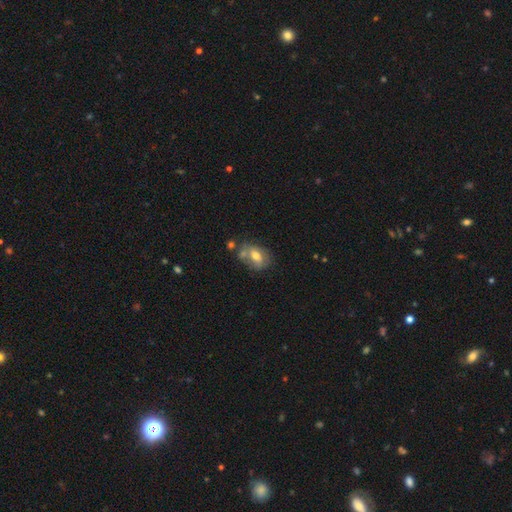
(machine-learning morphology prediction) smooth_or_featured: smooth (p=0.58) [alt: featured or disk p=0.33]
how_rounded: in between (p=0.76) [alt: round p=0.22]
merging: none (p=0.47) [alt: merger p=0.25]